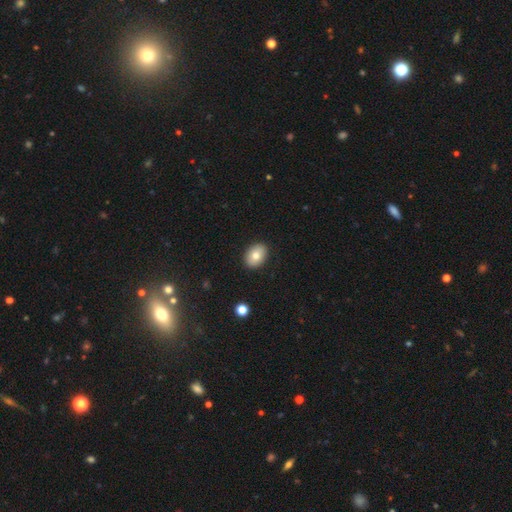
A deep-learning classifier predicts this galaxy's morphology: smooth-or-featured: smooth: 78% | featured or disk: 14% | star or artifact: 8%
  how-rounded: in between: 77% | round: 22% | cigar-shaped: 1%
  merging: none: 90% | minor disturbance: 7% | major disturbance: 2% | merger: 1%